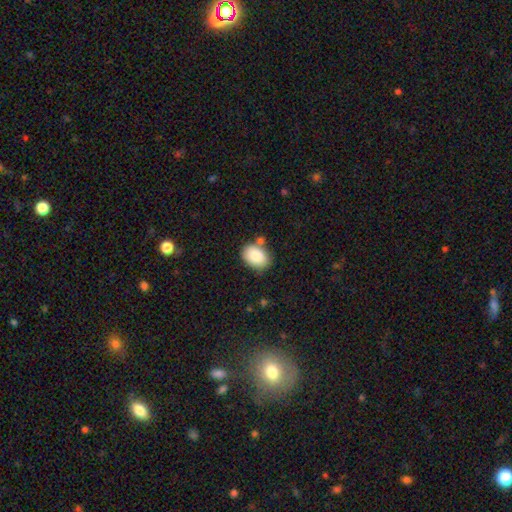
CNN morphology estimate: Smooth or featured: smooth — 87% (star or artifact — 7%)
How rounded: in between — 81% (round — 18%)
Merging: none — 69% (minor disturbance — 16%)